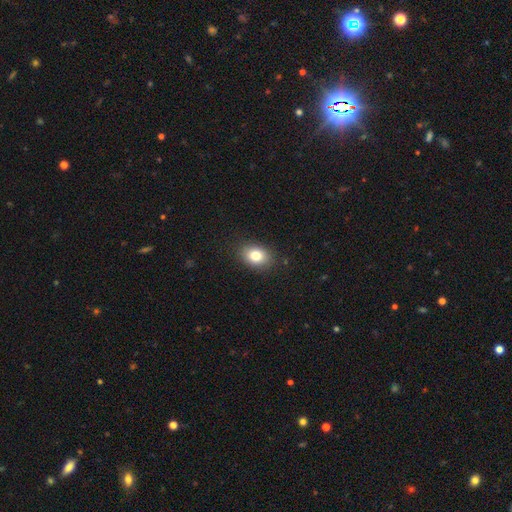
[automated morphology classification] A smooth galaxy with no disk features (81%) that is in between round and cigar-shaped (71%).

Vote fractions:
- Smooth or featured? smooth: 81% / star or artifact: 10% / featured or disk: 9%
- How rounded? in between: 71% / round: 27% / cigar-shaped: 1%
- Merging? none: 87% / minor disturbance: 9% / major disturbance: 3% / merger: 1%